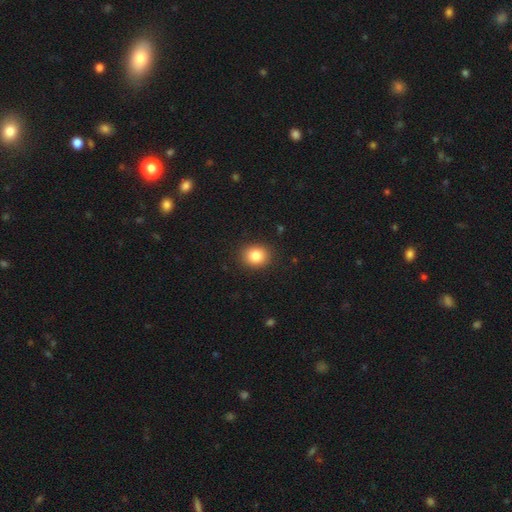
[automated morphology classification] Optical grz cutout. It shows a smooth galaxy with no disk features (84%) that is round (68%). Merging: none (90%).